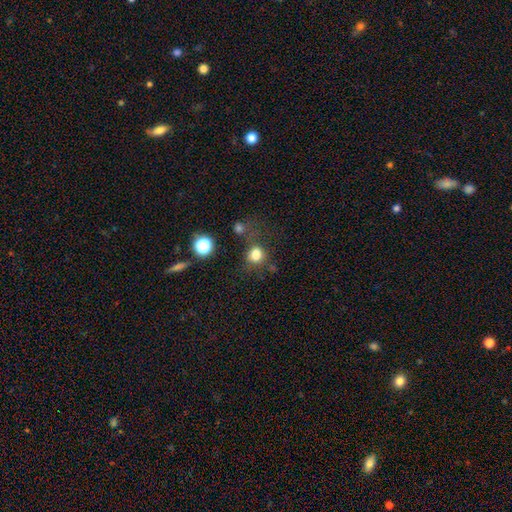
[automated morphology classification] Smooth or featured: smooth — 78% (star or artifact — 15%)
How rounded: round — 71% (in between — 28%)
Merging: none — 55% (minor disturbance — 17%)